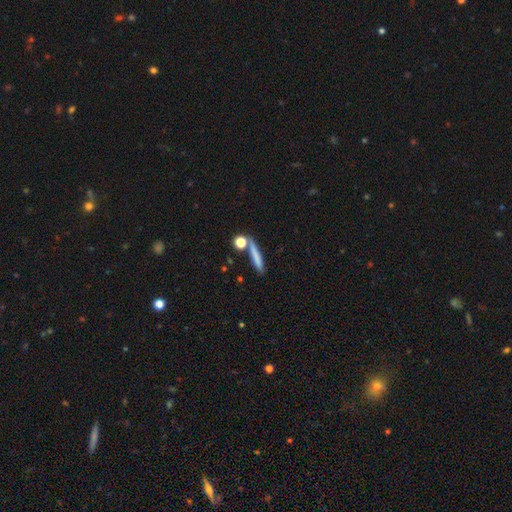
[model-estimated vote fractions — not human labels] smooth_or_featured: smooth (p=0.73) [alt: featured or disk p=0.18]
how_rounded: cigar-shaped (p=0.80) [alt: in between p=0.11]
merging: none (p=0.73) [alt: minor disturbance p=0.12]